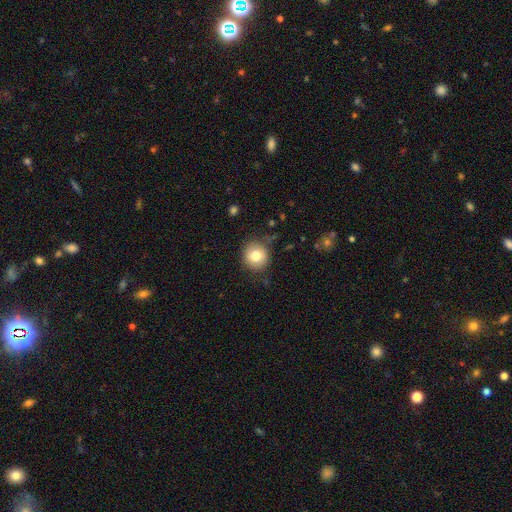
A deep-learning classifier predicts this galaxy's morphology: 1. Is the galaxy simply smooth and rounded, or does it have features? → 79% smooth, 11% featured or disk, 9% star or artifact.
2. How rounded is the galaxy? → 90% round, 9% in between, 1% cigar-shaped.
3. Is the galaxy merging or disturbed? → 83% none, 12% minor disturbance, 3% major disturbance, 2% merger.